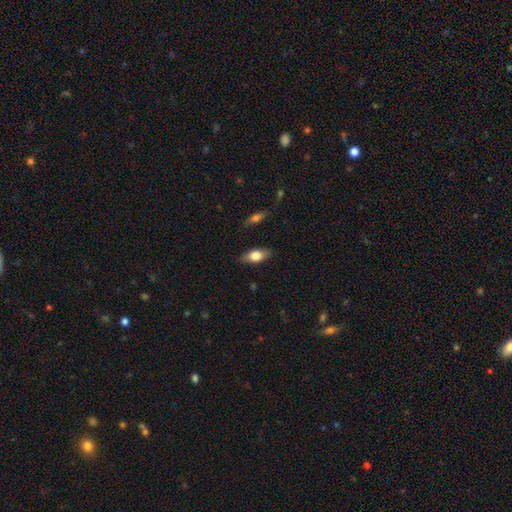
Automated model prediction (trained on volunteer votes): Smooth or featured? Predicted: smooth (p=0.73). How rounded? Predicted: in between (p=0.84). Merging? Predicted: none (p=0.84).